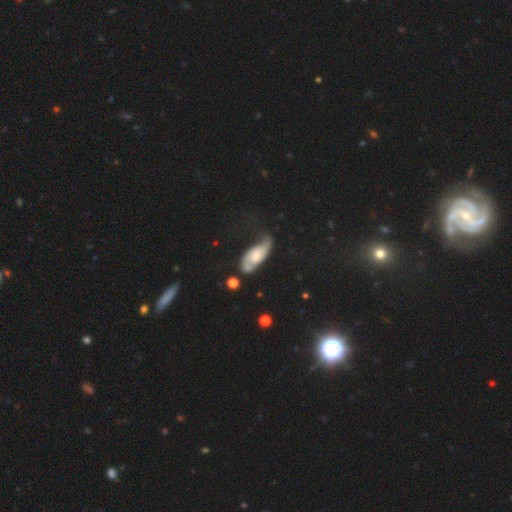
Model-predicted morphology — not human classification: This appears to be a featured or disk galaxy (70%) with no bar (62%), 2 (79%) medium (42%) spiral arms (90%) and a moderate central bulge (49%). Merging: none (47%).